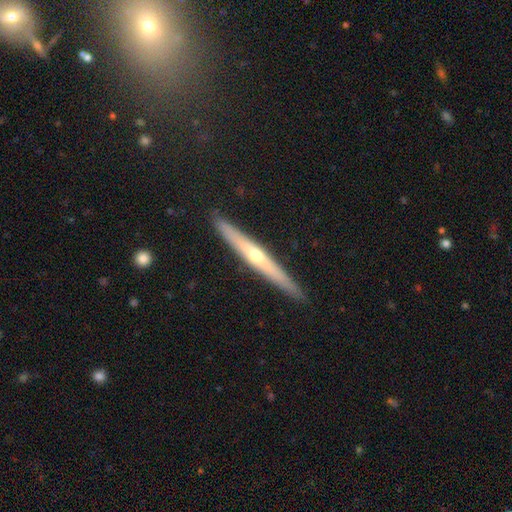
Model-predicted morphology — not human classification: Smooth or featured? Predicted: featured or disk (p=0.67). Edge-on disk? Predicted: yes (p=0.96). Edge-on bulge? Predicted: rounded (p=0.80). Merging? Predicted: none (p=0.91).